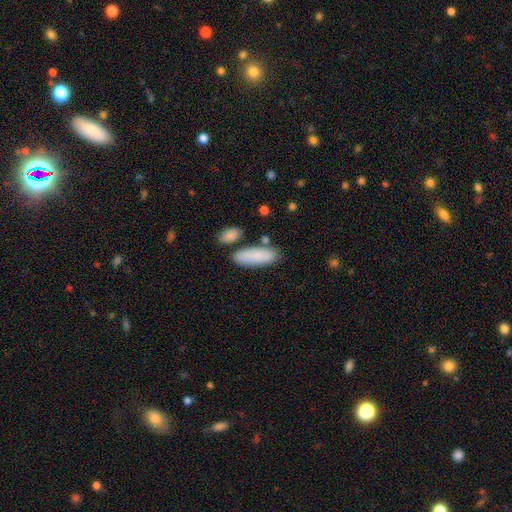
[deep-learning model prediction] A smooth galaxy with no disk features (83%) that is in between round and cigar-shaped (65%). Merging: none (73%).